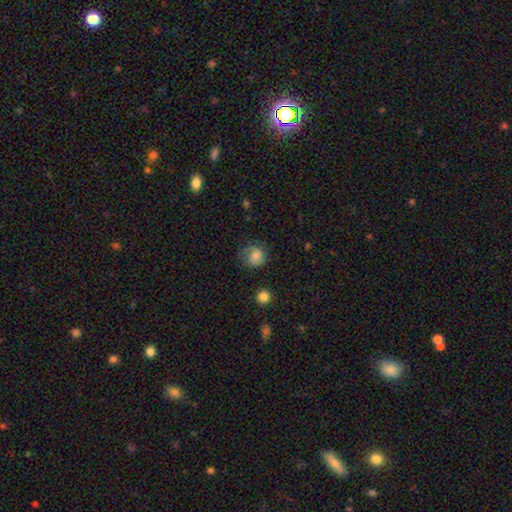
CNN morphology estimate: This is likely a smooth galaxy (71%). How rounded: clearly round (82%). Merging: likely none (63%).